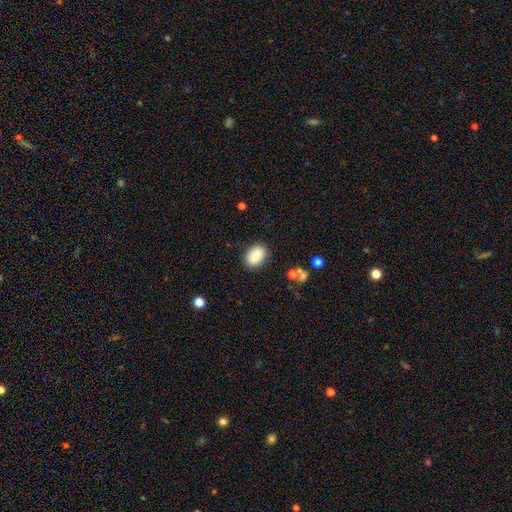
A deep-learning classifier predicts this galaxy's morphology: A smooth galaxy with no disk features (87%) that is in between round and cigar-shaped (81%).

Vote fractions:
- Smooth or featured? smooth: 87% / star or artifact: 7% / featured or disk: 6%
- How rounded? in between: 81% / round: 17% / cigar-shaped: 1%
- Merging? none: 86% / minor disturbance: 9% / major disturbance: 3% / merger: 1%